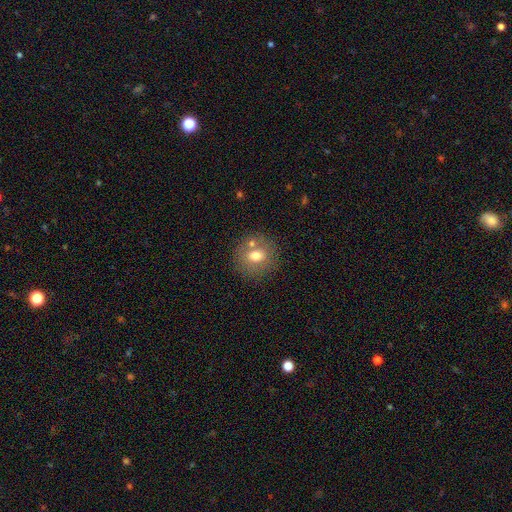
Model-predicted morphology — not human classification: type=smooth (69%); roundness=round (79%); merging=none (71%).